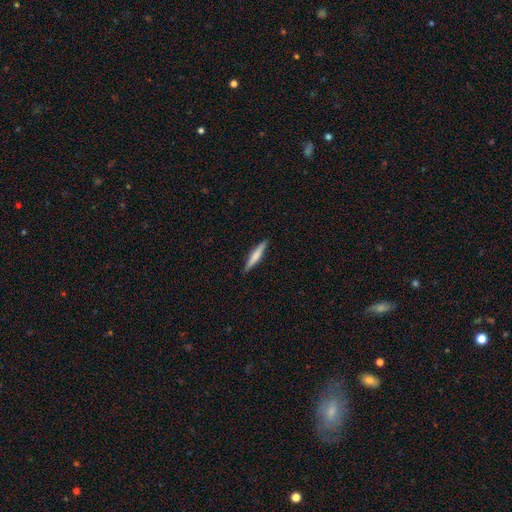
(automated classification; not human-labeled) Overall: smooth (63%; featured or disk 31%). How rounded: cigar-shaped (92%). Merging: none (91%).